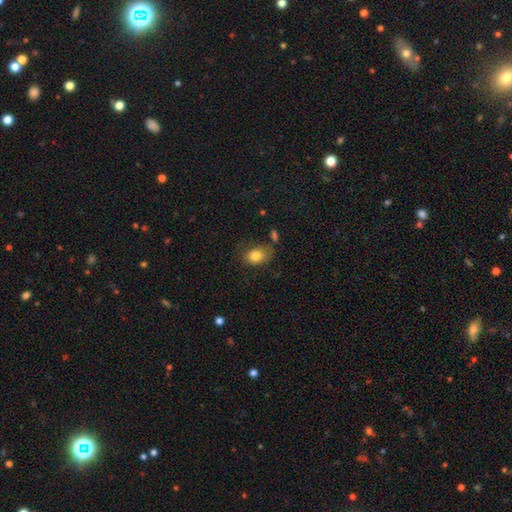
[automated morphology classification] Smooth or featured? Predicted: smooth (p=0.81). How rounded? Predicted: in between (p=0.73). Merging? Predicted: none (p=0.59).